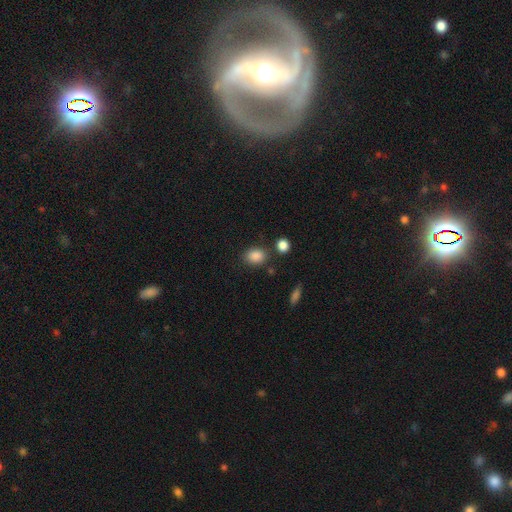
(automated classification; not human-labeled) smooth 87%, star or artifact 9%, featured or disk 4%. Down the decision tree: how rounded — in between (64%); merging — none (76%).